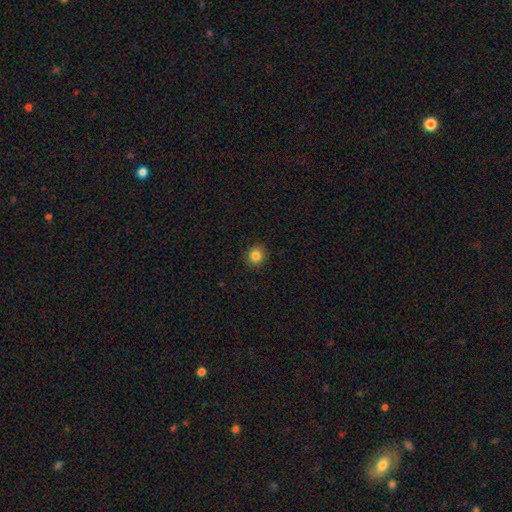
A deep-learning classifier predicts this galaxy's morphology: This is clearly a smooth galaxy (84%). How rounded: clearly round (86%). Merging: clearly none (89%).